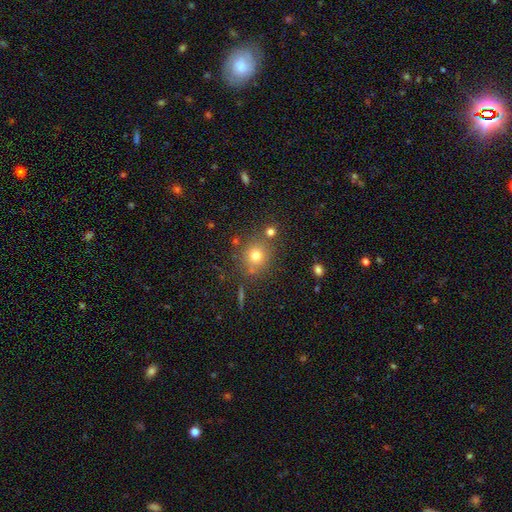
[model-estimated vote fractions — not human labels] Smooth or featured: smooth — 73% (star or artifact — 17%)
How rounded: round — 86% (in between — 13%)
Merging: none — 76% (minor disturbance — 11%)